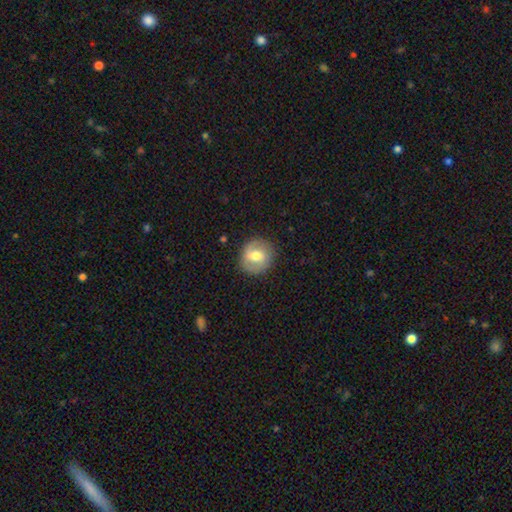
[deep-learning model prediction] A smooth galaxy with no disk features (57%) that is round (87%).

Vote fractions:
- Smooth or featured? smooth: 57% / featured or disk: 36% / star or artifact: 7%
- How rounded? round: 87% / in between: 12% / cigar-shaped: 1%
- Merging? none: 86% / minor disturbance: 10% / major disturbance: 3% / merger: 1%